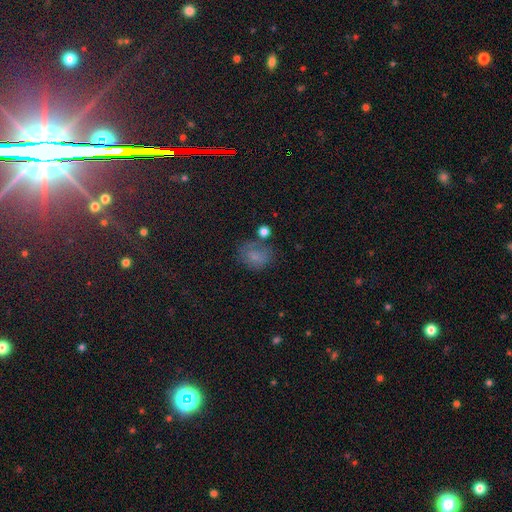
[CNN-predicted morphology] smooth-or-featured: smooth: 69% | star or artifact: 17% | featured or disk: 14%
  how-rounded: in between: 52% | round: 47% | cigar-shaped: 1%
  merging: none: 52% | minor disturbance: 24% | major disturbance: 14% | merger: 10%